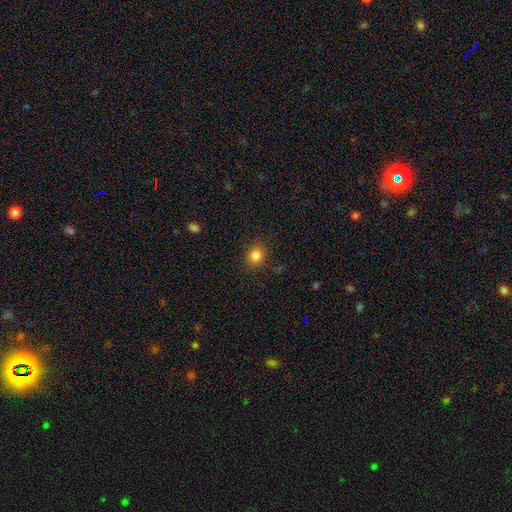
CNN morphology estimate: A smooth galaxy with no disk features (84%) that is round (65%).

Vote fractions:
- Smooth or featured? smooth: 84% / star or artifact: 11% / featured or disk: 5%
- How rounded? round: 65% / in between: 34% / cigar-shaped: 1%
- Merging? none: 87% / minor disturbance: 9% / major disturbance: 3% / merger: 1%